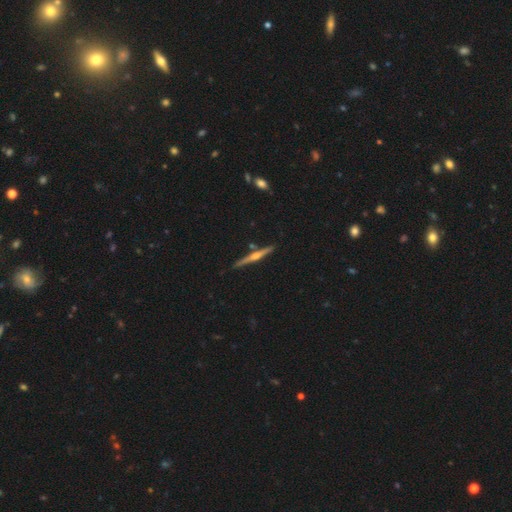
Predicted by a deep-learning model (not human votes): Smooth or featured: featured or disk — 80% (smooth — 15%)
Edge-on disk: yes — 98% (no — 2%)
Edge-on bulge: rounded — 87% (none — 8%)
Merging: none — 88% (minor disturbance — 8%)